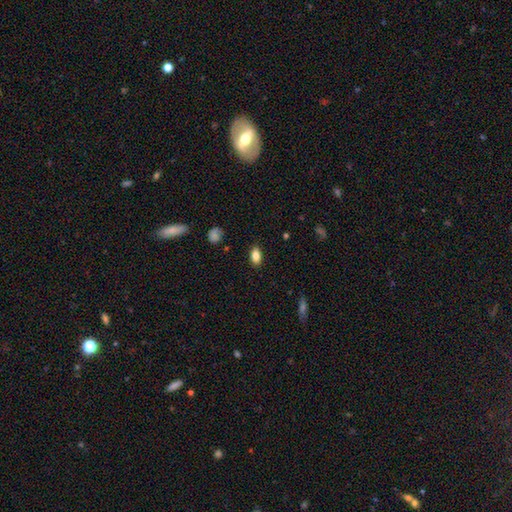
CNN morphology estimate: smooth 84%, star or artifact 8%, featured or disk 8%. Down the decision tree: how rounded — in between (89%); merging — none (87%).